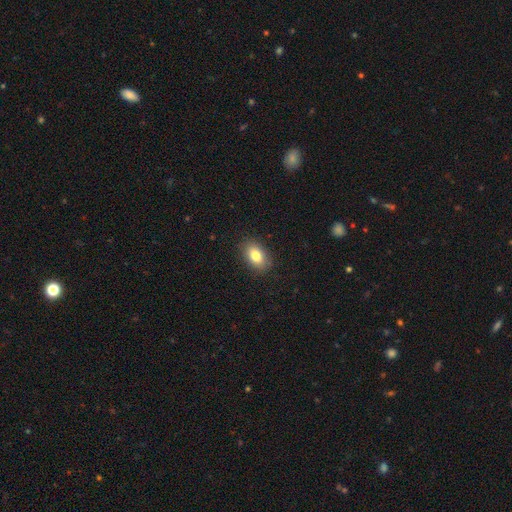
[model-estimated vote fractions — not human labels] A smooth galaxy with no disk features (82%) that is in between round and cigar-shaped (87%).

Vote fractions:
- Smooth or featured? smooth: 82% / featured or disk: 10% / star or artifact: 8%
- How rounded? in between: 87% / round: 11% / cigar-shaped: 2%
- Merging? none: 87% / minor disturbance: 9% / major disturbance: 2% / merger: 1%